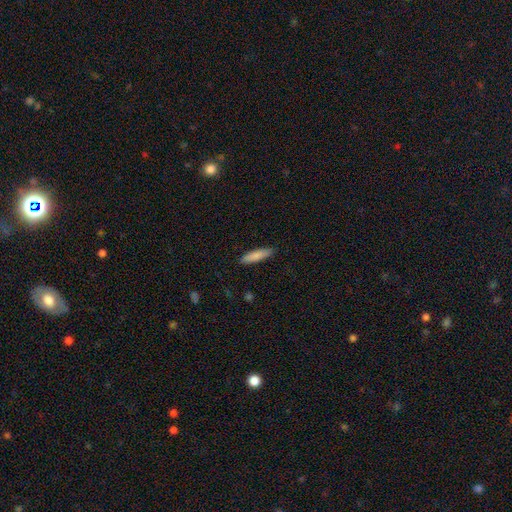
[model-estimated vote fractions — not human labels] The model was most divided on "how rounded": cigar-shaped: 72%, in between: 27%, round: 1%. More confident: merging — none (88%); smooth or featured — smooth (85%).